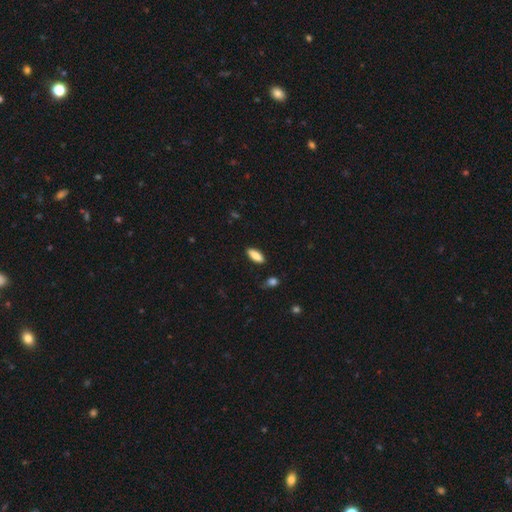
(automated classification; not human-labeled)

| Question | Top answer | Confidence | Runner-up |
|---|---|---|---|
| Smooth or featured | smooth | 85% | featured or disk (9%) |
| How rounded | in between | 75% | cigar-shaped (23%) |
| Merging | none | 86% | minor disturbance (11%) |